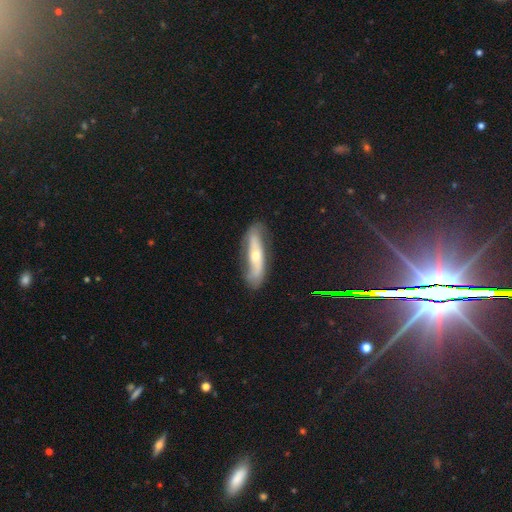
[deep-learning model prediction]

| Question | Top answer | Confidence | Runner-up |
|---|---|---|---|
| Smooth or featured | featured or disk | 62% | smooth (31%) |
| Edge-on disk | no | 62% | yes (38%) |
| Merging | none | 72% | minor disturbance (20%) |